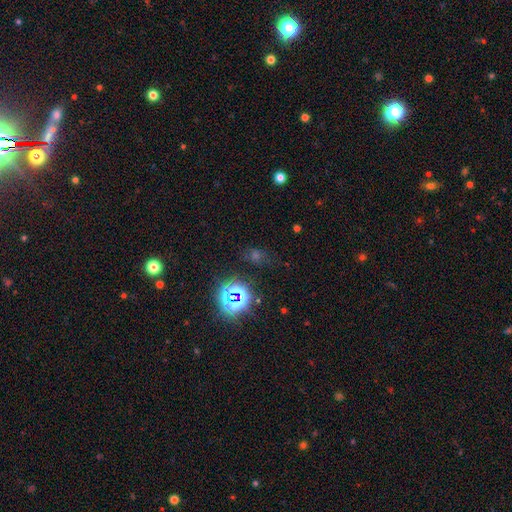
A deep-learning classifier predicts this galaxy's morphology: A star or artifact, not a galaxy (61%).

Vote fractions:
- Smooth or featured? star or artifact: 61% / smooth: 29% / featured or disk: 10%